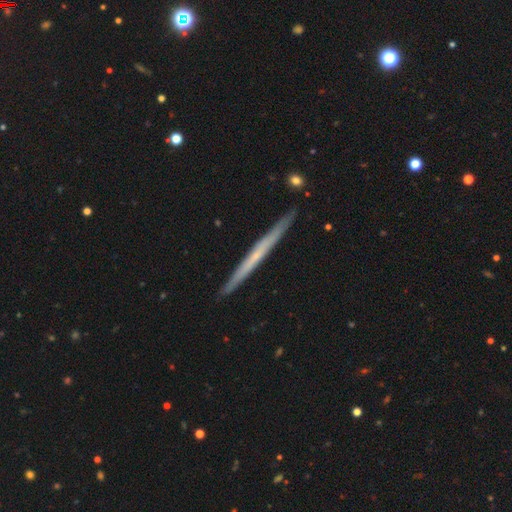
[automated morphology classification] A featured or disk galaxy (58%) viewed edge-on (97%) with no central bulge (83%).

Vote fractions:
- Smooth or featured? featured or disk: 58% / smooth: 36% / star or artifact: 5%
- Edge-on disk? yes: 97% / no: 3%
- Edge-on bulge? none: 83% / rounded: 14% / boxy: 3%
- Merging? none: 91% / minor disturbance: 6% / merger: 1% / major disturbance: 1%